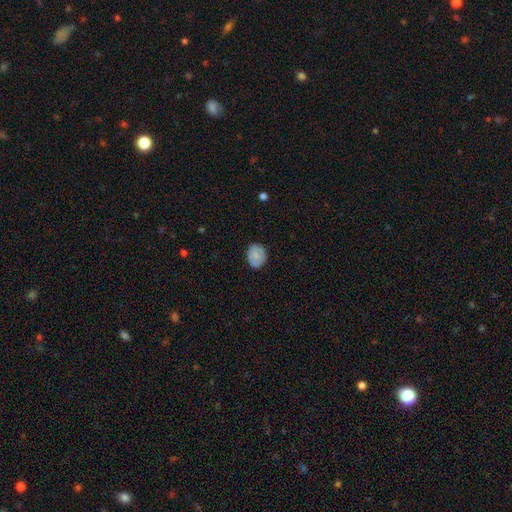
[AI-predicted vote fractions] Overall: smooth (72%). How rounded: round (54%; in between 45%). Merging: none (83%).